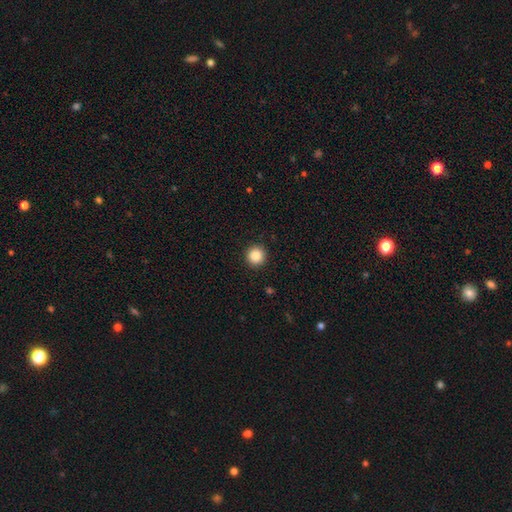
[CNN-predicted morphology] Smooth or featured: smooth — 87% (star or artifact — 10%)
How rounded: round — 95% (in between — 4%)
Merging: none — 93% (minor disturbance — 5%)